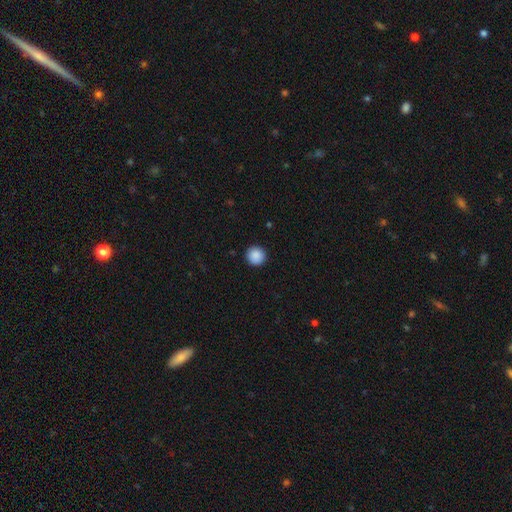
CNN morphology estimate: The model was most divided on "smooth or featured": smooth: 89%, star or artifact: 8%, featured or disk: 3%. More confident: how rounded — round (95%); merging — none (92%).